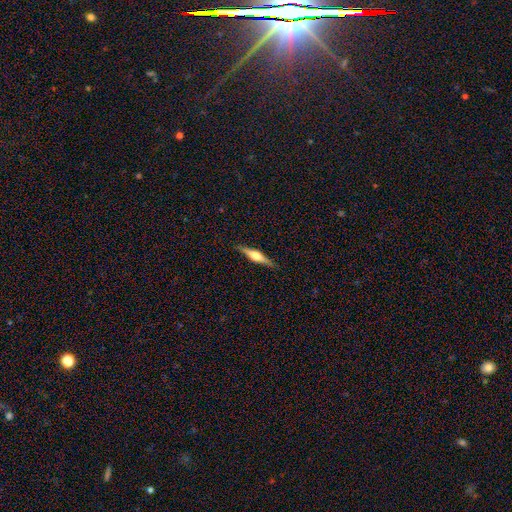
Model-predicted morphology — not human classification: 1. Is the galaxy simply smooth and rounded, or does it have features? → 69% featured or disk, 25% smooth, 6% star or artifact.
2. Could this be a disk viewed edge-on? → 98% yes, 2% no.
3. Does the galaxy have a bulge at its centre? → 91% rounded, 7% boxy, 3% none.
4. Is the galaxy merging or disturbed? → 90% none, 7% minor disturbance, 2% major disturbance, 1% merger.